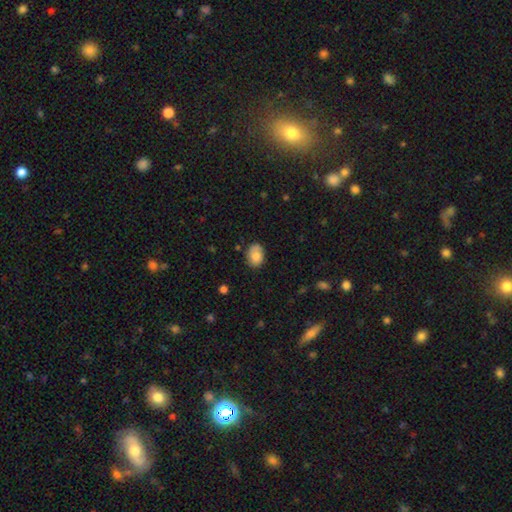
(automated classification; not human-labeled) Smooth or featured? smooth (82%)
How rounded? in between (72%)
Merging? none (71%)